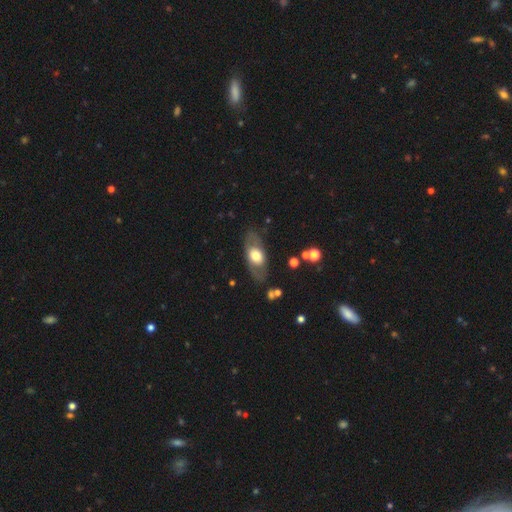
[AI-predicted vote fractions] Smooth or featured: smooth — 50% (featured or disk — 44%)
Merging: none — 77% (minor disturbance — 14%)